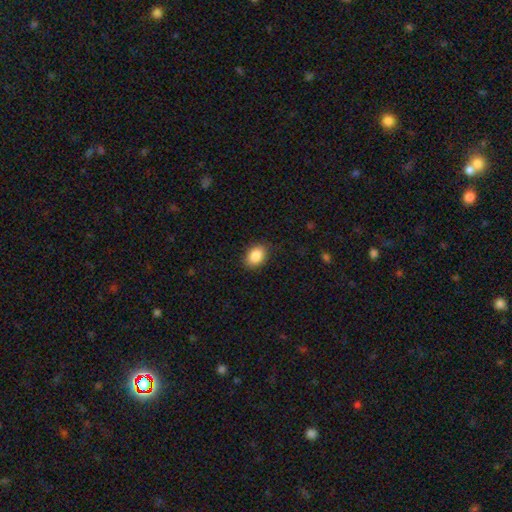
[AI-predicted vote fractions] A smooth galaxy with no disk features (88%) that is in between round and cigar-shaped (71%). Merging: none (86%).